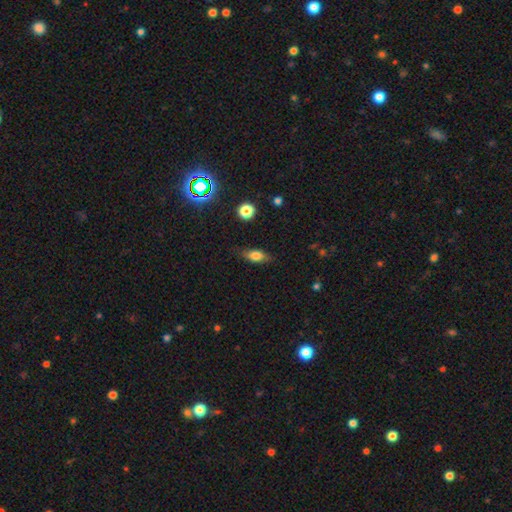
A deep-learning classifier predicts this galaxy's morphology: Smooth or featured? smooth (69%)
How rounded? in between (74%)
Merging? none (77%)